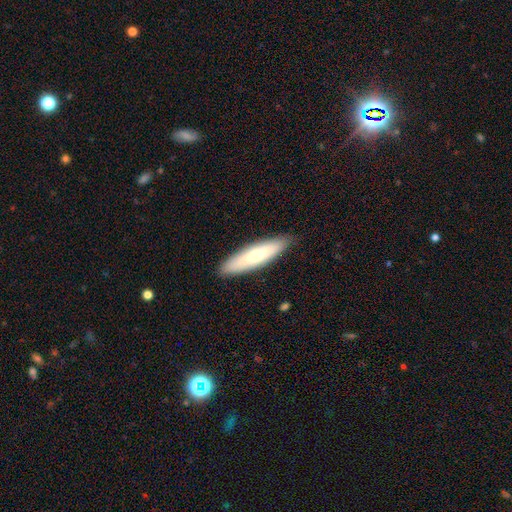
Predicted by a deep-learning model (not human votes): This is likely a smooth galaxy (62%). How rounded: likely cigar-shaped (66%). Merging: clearly none (88%).